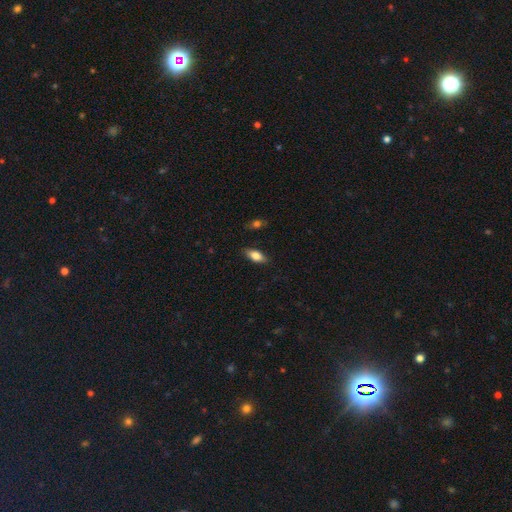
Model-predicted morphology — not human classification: Smooth or featured? Predicted: smooth (p=0.79). How rounded? Predicted: in between (p=0.84). Merging? Predicted: none (p=0.85).